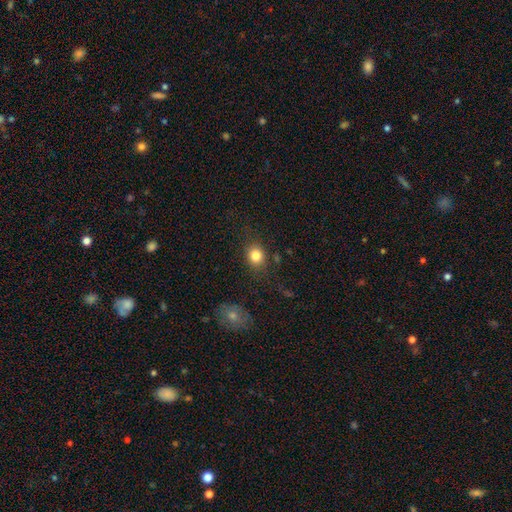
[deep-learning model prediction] The model was most divided on "how rounded": round: 66%, in between: 33%, cigar-shaped: 1%. More confident: smooth or featured — smooth (82%); merging — none (80%).